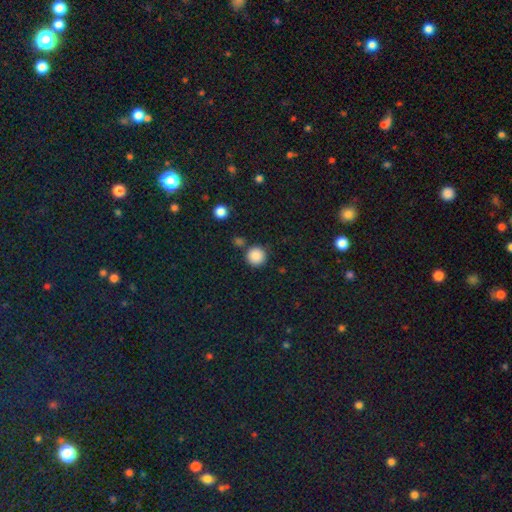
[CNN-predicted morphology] smooth_or_featured: smooth (p=0.87) [alt: star or artifact p=0.10]
how_rounded: round (p=0.95) [alt: in between p=0.04]
merging: none (p=0.84) [alt: minor disturbance p=0.07]